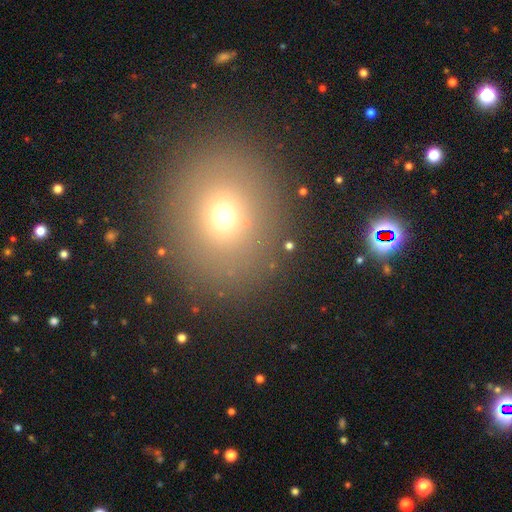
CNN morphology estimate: Smooth or featured? Predicted: smooth (p=0.63). How rounded? Predicted: round (p=0.72). Merging? Predicted: none (p=0.88).